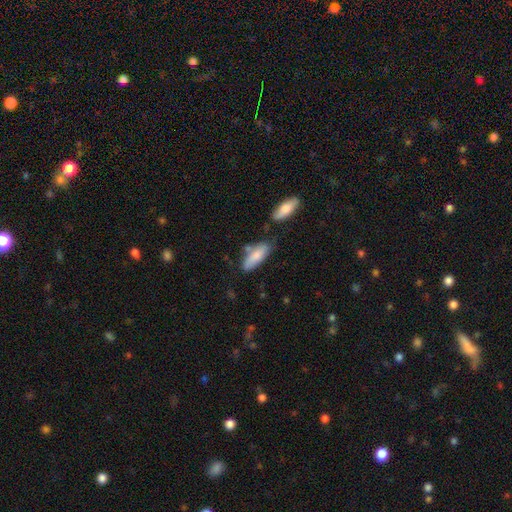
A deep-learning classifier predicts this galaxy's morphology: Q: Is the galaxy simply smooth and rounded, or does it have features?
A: smooth — 80%.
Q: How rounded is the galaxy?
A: in between — 65%.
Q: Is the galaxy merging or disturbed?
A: none — 59%.